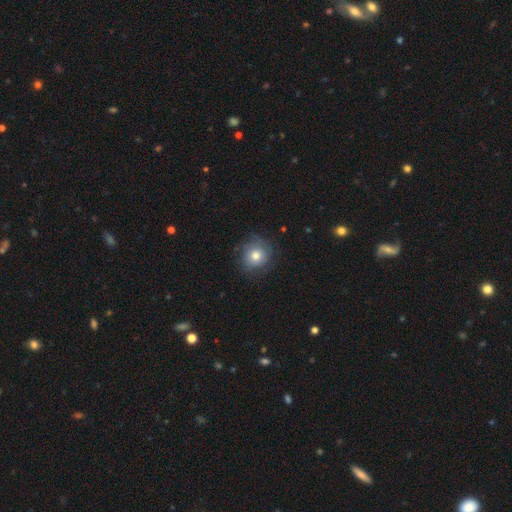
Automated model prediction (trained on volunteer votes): smooth_or_featured: smooth (p=0.70) [alt: featured or disk p=0.20]
how_rounded: round (p=0.87) [alt: in between p=0.12]
merging: none (p=0.76) [alt: minor disturbance p=0.16]